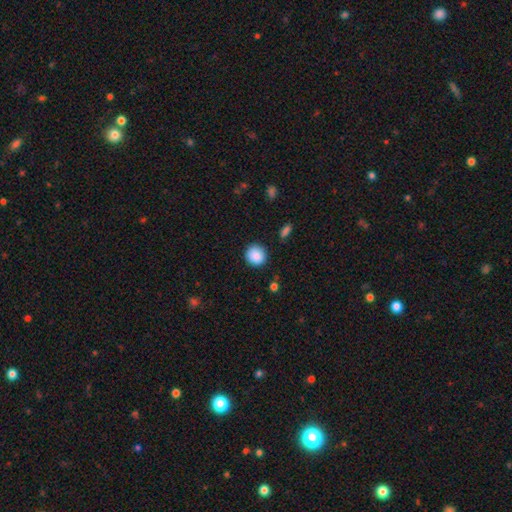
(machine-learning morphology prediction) smooth-or-featured: smooth: 89% | star or artifact: 8% | featured or disk: 3%
  how-rounded: round: 89% | in between: 10% | cigar-shaped: 1%
  merging: none: 89% | minor disturbance: 7% | major disturbance: 2% | merger: 1%